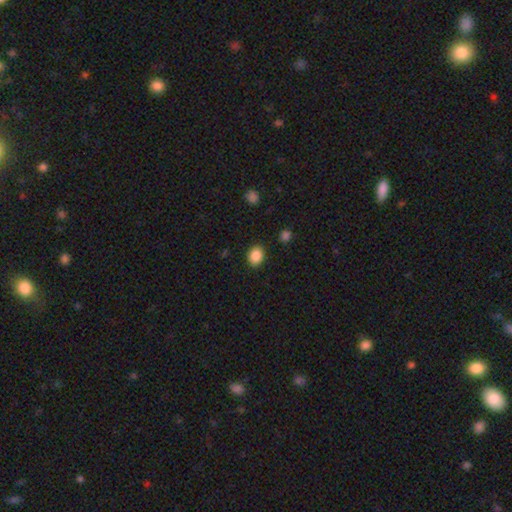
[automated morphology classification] Overall: smooth (88%). How rounded: in between (56%; round 43%). Merging: none (87%).